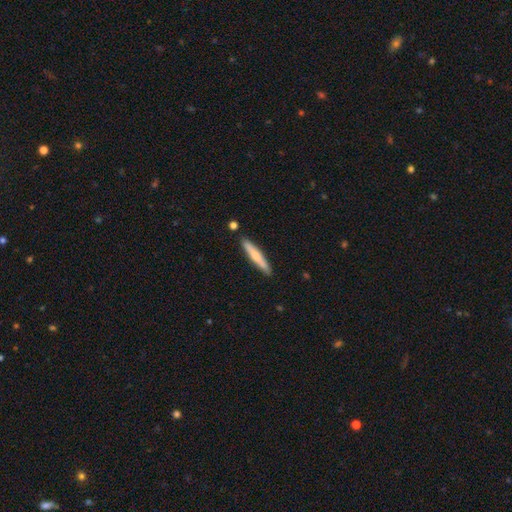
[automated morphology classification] A smooth galaxy with no disk features (59%) that is cigar-shaped (93%). Merging: none (87%).